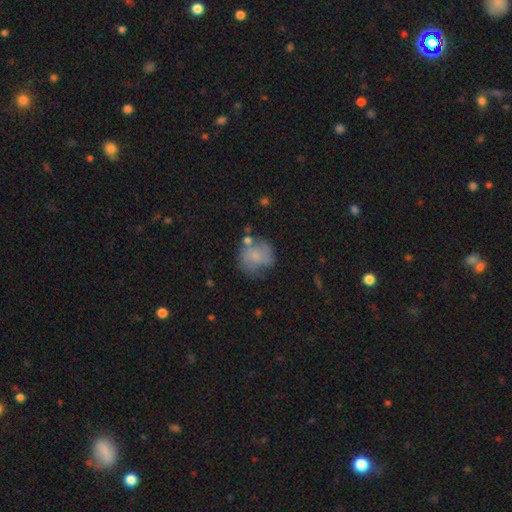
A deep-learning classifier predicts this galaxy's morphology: Overall: smooth (64%; featured or disk 26%). How rounded: round (78%). Merging: none (49%; minor disturbance 28%).